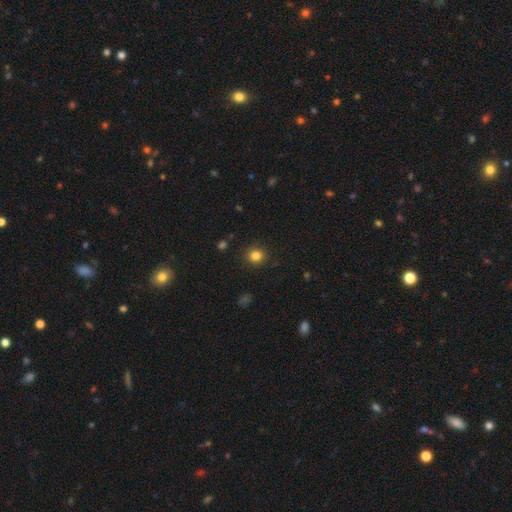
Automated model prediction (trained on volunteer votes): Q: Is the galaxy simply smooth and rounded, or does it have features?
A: smooth — 83%.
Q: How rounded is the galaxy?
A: round — 88%.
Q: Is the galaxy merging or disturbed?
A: none — 89%.